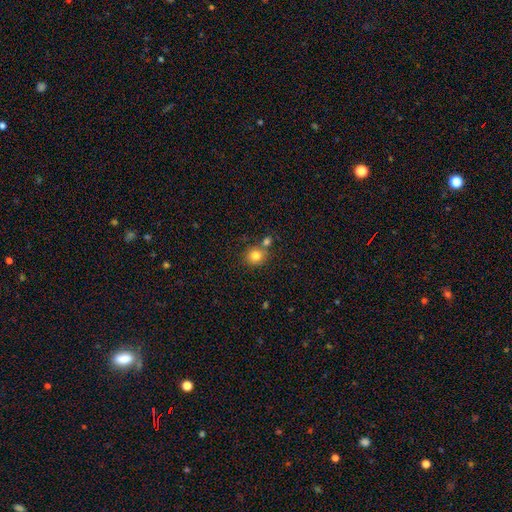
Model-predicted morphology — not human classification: This is clearly a smooth galaxy (81%). How rounded: clearly round (84%). Merging: likely none (65%).